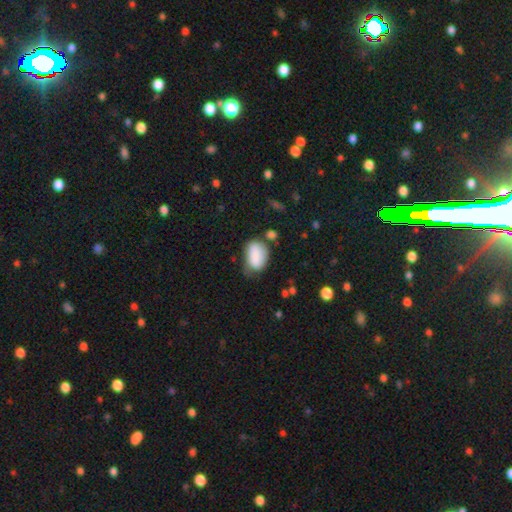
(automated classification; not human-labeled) Overall: smooth (83%). How rounded: in between (89%). Merging: none (45%; minor disturbance 35%).